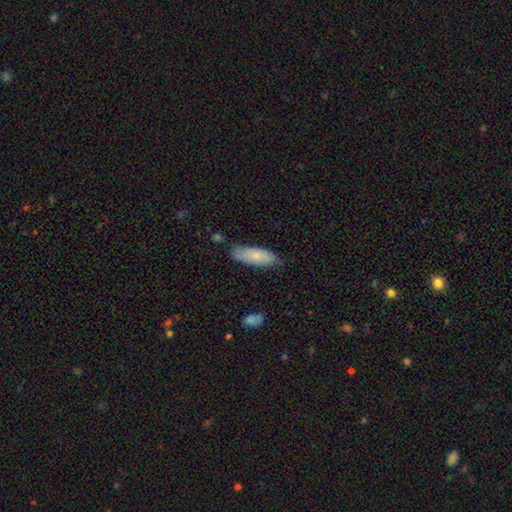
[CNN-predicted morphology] Overall: smooth (76%). How rounded: in between (66%; cigar-shaped 32%). Merging: none (69%).